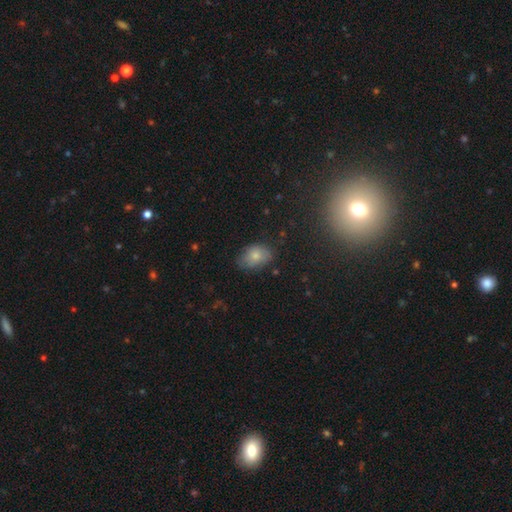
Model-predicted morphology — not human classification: type=smooth (76%); roundness=in between (79%); merging=none (70%).